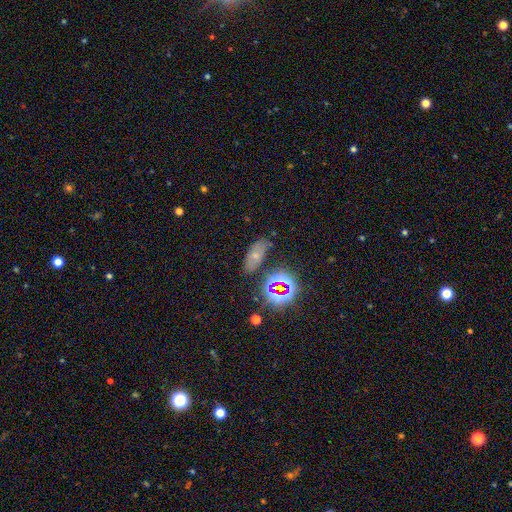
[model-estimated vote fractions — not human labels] The model was most divided on "smooth or featured": smooth: 43%, star or artifact: 34%, featured or disk: 23%. More confident: merging — none (68%).